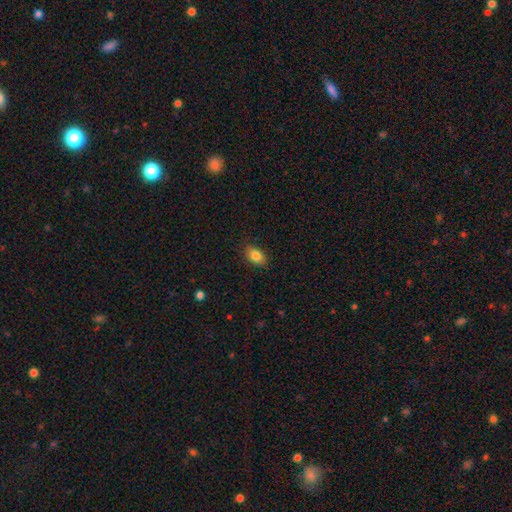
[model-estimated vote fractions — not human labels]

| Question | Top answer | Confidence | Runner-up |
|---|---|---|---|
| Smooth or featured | smooth | 84% | star or artifact (8%) |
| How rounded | in between | 88% | round (10%) |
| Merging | none | 88% | minor disturbance (9%) |